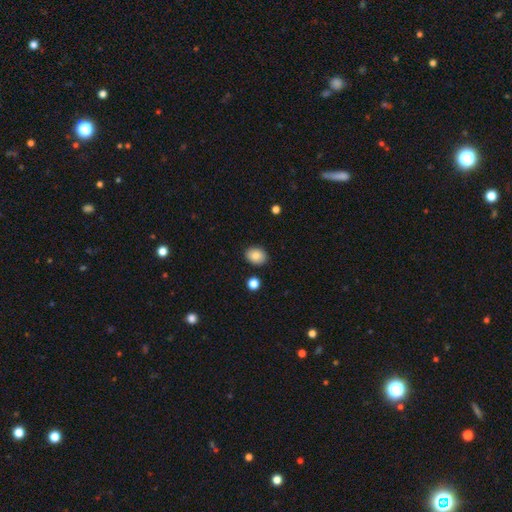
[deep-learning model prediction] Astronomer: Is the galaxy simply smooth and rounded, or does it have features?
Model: smooth — 84%.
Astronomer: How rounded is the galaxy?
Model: in between — 58% (runner-up: round, 42%).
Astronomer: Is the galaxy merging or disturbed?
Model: none — 88%.